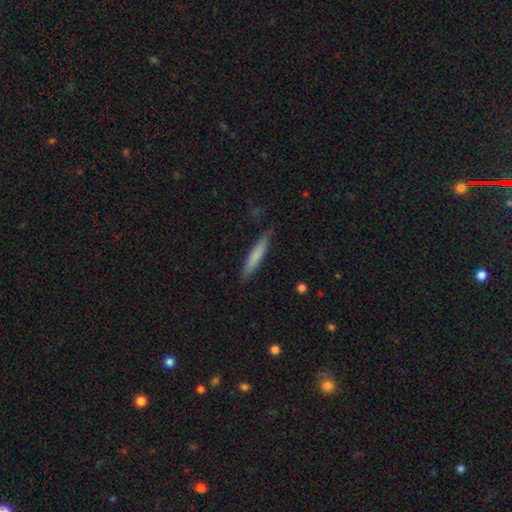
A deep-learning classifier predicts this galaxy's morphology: smooth 74%, featured or disk 21%, star or artifact 5%. Down the decision tree: how rounded — cigar-shaped (93%); merging — none (84%).